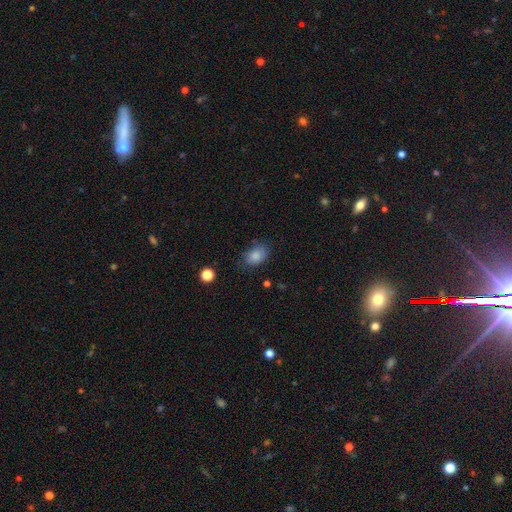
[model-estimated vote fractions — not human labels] A smooth galaxy with no disk features (83%) that is in between round and cigar-shaped (79%).

Vote fractions:
- Smooth or featured? smooth: 83% / star or artifact: 9% / featured or disk: 8%
- How rounded? in between: 79% / round: 19% / cigar-shaped: 1%
- Merging? none: 68% / minor disturbance: 23% / major disturbance: 7% / merger: 2%